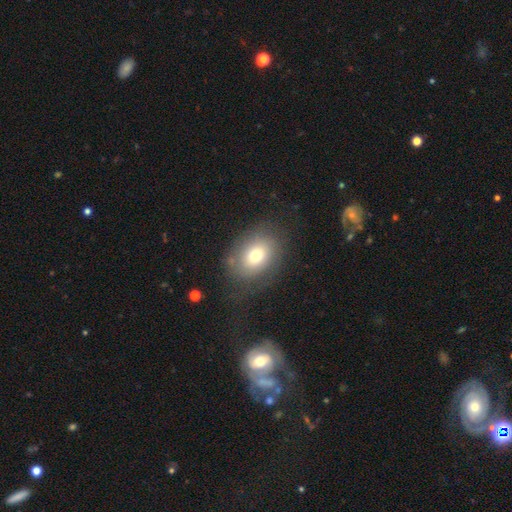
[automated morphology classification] smooth 71%, featured or disk 18%, star or artifact 11%. Down the decision tree: how rounded — in between (64%); merging — none (71%).